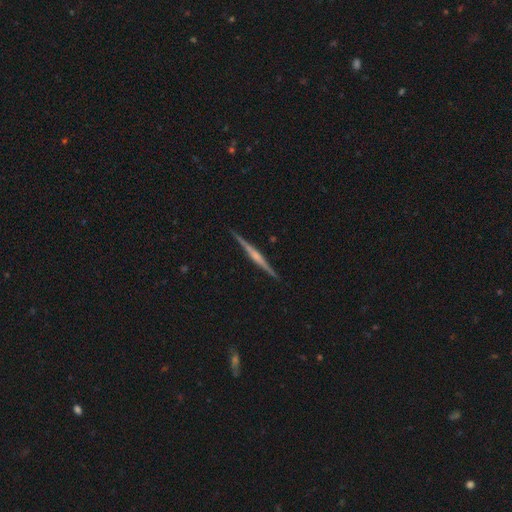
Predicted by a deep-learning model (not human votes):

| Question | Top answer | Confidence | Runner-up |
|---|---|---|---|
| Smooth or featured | featured or disk | 80% | smooth (15%) |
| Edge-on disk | yes | 98% | no (2%) |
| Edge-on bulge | rounded | 59% | none (23%) |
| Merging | none | 91% | minor disturbance (6%) |